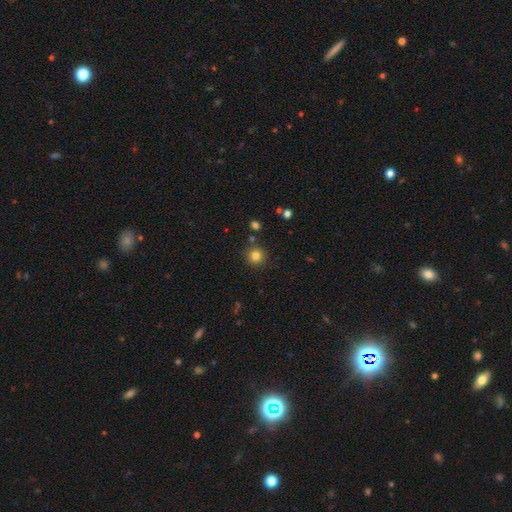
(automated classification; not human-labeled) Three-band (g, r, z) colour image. It shows a smooth galaxy with no disk features (81%) that is round (94%). Merging: none (86%).